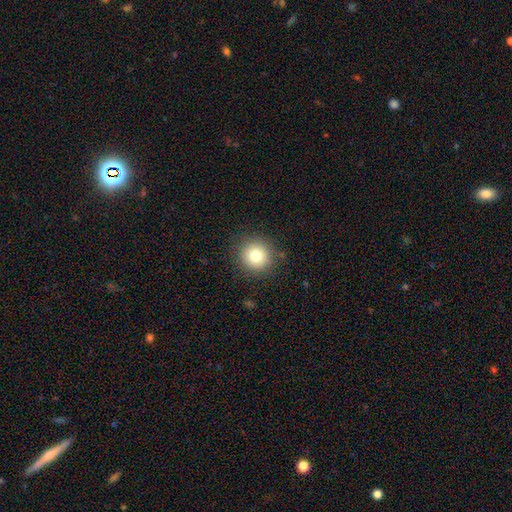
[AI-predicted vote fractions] Morphology: type=smooth (79%); roundness=round (93%); merging=none (87%).